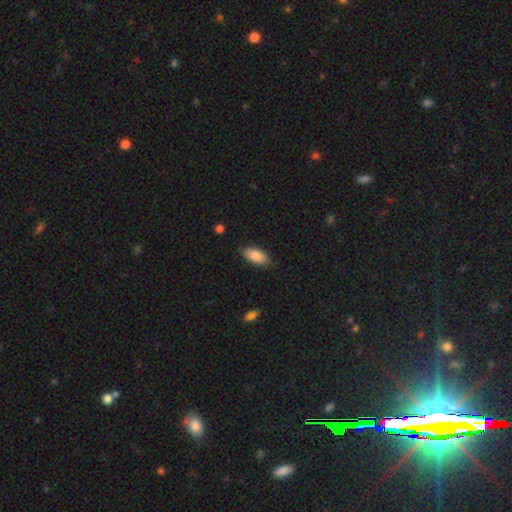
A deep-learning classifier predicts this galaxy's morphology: smooth 85%, featured or disk 8%, star or artifact 7%. Down the decision tree: how rounded — in between (90%); merging — none (83%).